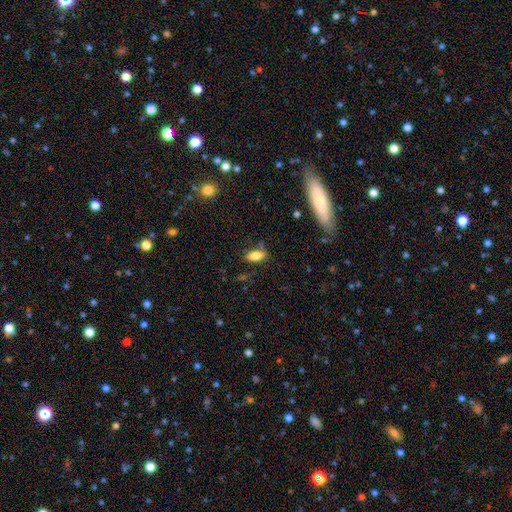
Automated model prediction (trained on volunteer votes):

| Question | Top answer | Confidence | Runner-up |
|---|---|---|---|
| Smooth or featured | smooth | 80% | featured or disk (12%) |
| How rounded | in between | 87% | cigar-shaped (10%) |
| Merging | none | 73% | minor disturbance (18%) |